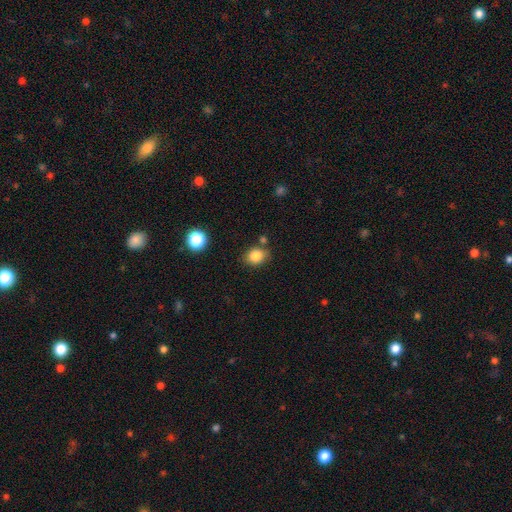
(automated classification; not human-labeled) Smooth or featured? smooth (84%)
How rounded? round (55%)
Merging? none (74%)